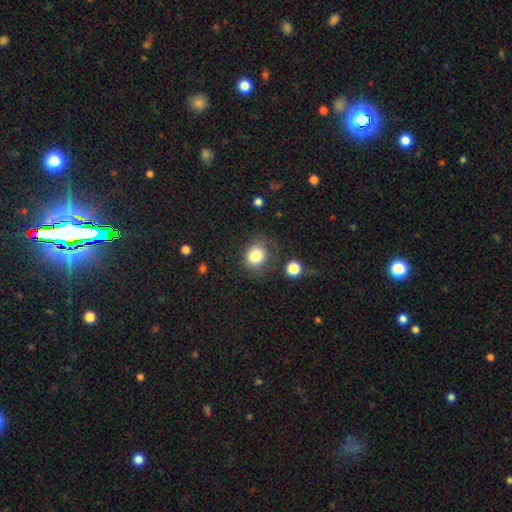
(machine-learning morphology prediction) The model was most divided on "how rounded": round: 73%, in between: 26%, cigar-shaped: 1%. More confident: smooth or featured — smooth (81%); merging — none (69%).